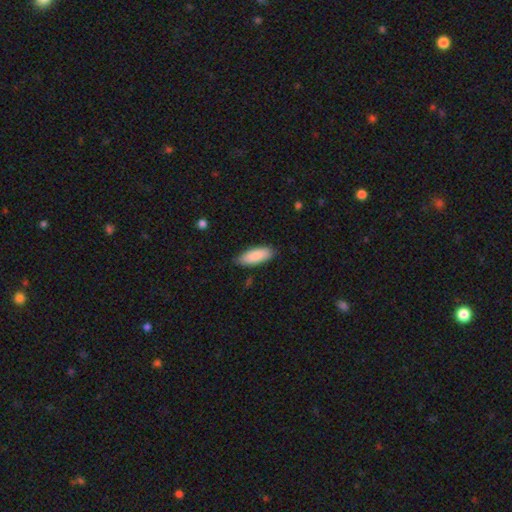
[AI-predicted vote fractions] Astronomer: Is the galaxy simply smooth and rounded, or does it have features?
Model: smooth — 88%.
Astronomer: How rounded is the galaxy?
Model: in between — 76%.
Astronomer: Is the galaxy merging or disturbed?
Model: none — 80%.